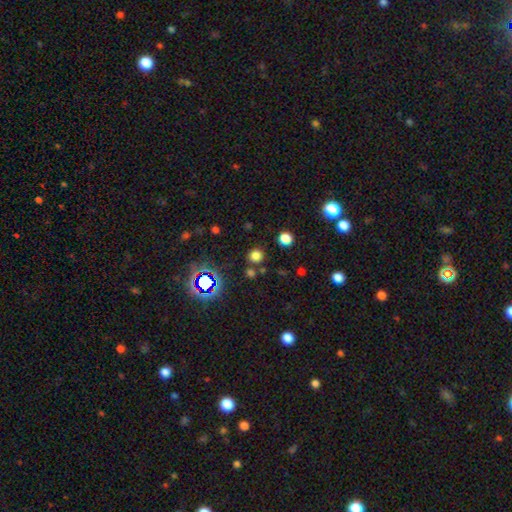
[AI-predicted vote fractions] smooth 72%, star or artifact 23%, featured or disk 5%. Down the decision tree: how rounded — round (90%); merging — none (81%).